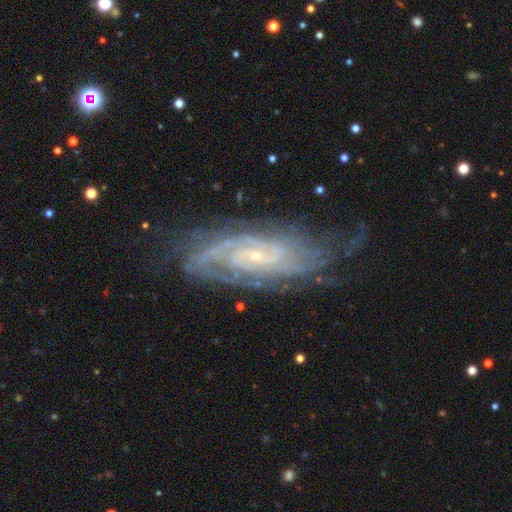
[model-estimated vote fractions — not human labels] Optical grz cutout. It shows a featured or disk galaxy (88%) with no bar (60%), tight (69%) spiral arms (97%) and a small central bulge (83%). Merging: none (70%).